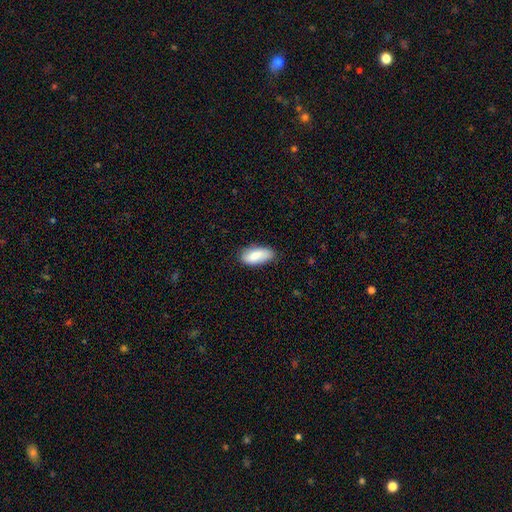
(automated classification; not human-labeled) Smooth or featured?
  - smooth: 81% *
  - featured or disk: 13%
  - star or artifact: 6%
How rounded?
  - in between: 89% *
  - cigar-shaped: 8%
  - round: 2%
Merging?
  - none: 73% *
  - minor disturbance: 22%
  - major disturbance: 3%
  - merger: 1%